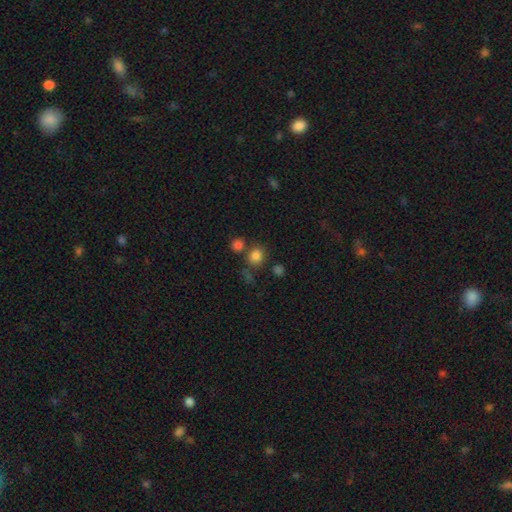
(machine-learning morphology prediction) smooth 80%, star or artifact 14%, featured or disk 6%. Down the decision tree: how rounded — round (79%); merging — none (68%).